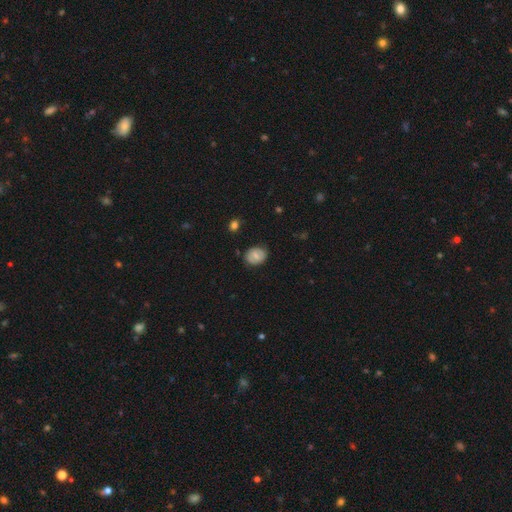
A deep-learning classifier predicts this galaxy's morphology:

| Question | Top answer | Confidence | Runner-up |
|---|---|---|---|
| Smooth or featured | smooth | 63% | featured or disk (29%) |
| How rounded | in between | 52% | round (47%) |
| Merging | none | 79% | minor disturbance (16%) |